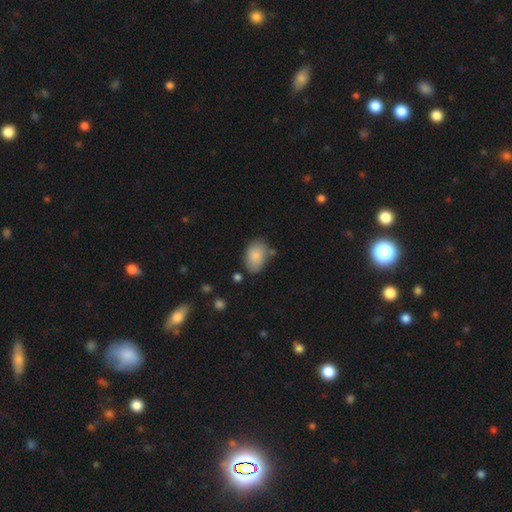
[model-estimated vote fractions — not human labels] A smooth galaxy with no disk features (85%) that is in between round and cigar-shaped (89%). Merging: none (69%).